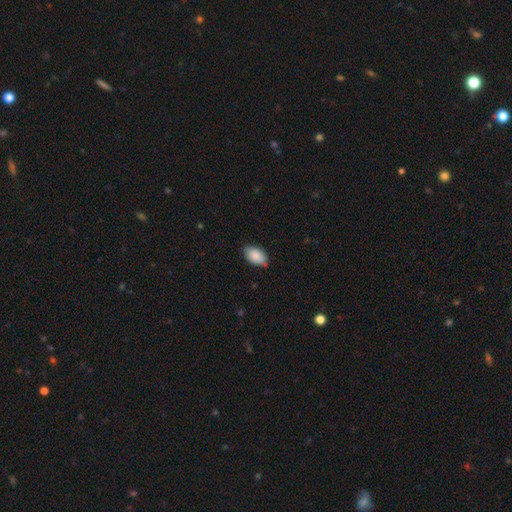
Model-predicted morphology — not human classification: This is clearly a smooth galaxy (87%). How rounded: clearly in between (93%). Merging: likely none (75%).